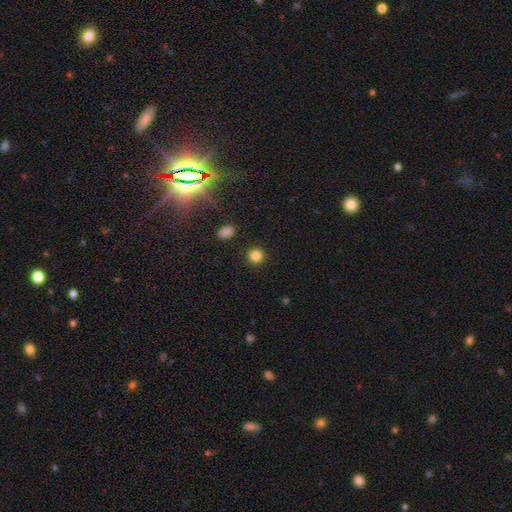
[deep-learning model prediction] A smooth galaxy with no disk features (83%) that is round (93%).

Vote fractions:
- Smooth or featured? smooth: 83% / star or artifact: 13% / featured or disk: 4%
- How rounded? round: 93% / in between: 6% / cigar-shaped: 1%
- Merging? none: 92% / minor disturbance: 5% / major disturbance: 2% / merger: 1%